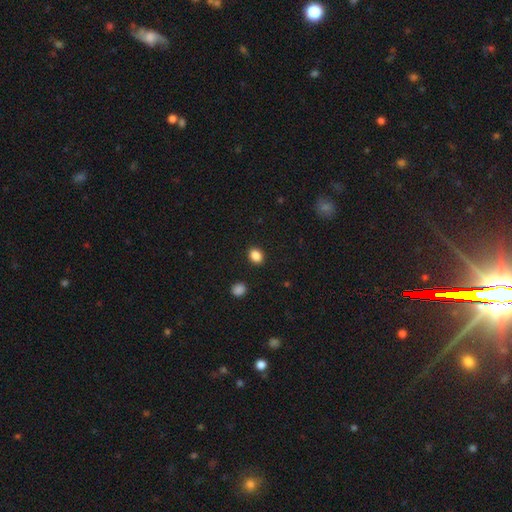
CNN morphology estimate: type=smooth (87%); roundness=in between (56%); merging=none (89%).